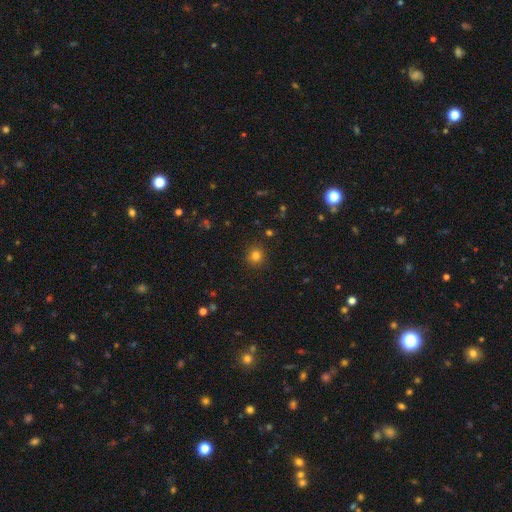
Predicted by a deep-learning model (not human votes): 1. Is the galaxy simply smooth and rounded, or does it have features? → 79% smooth, 15% star or artifact, 6% featured or disk.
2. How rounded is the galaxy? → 88% round, 11% in between, 1% cigar-shaped.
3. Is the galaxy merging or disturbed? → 89% none, 7% minor disturbance, 2% major disturbance, 2% merger.